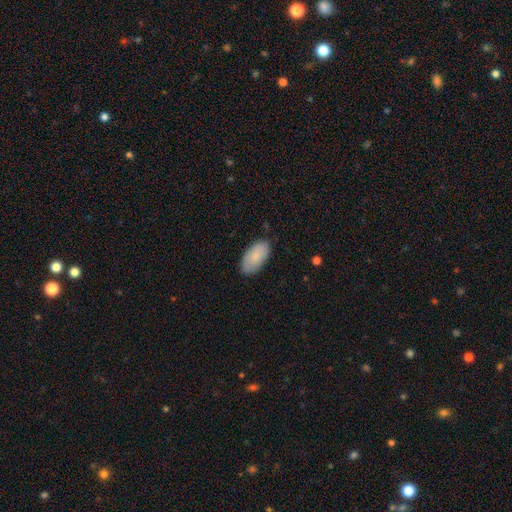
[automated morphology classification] A smooth galaxy with no disk features (85%) that is in between round and cigar-shaped (95%).

Vote fractions:
- Smooth or featured? smooth: 85% / featured or disk: 9% / star or artifact: 6%
- How rounded? in between: 95% / cigar-shaped: 2% / round: 2%
- Merging? none: 84% / minor disturbance: 13% / major disturbance: 2% / merger: 1%